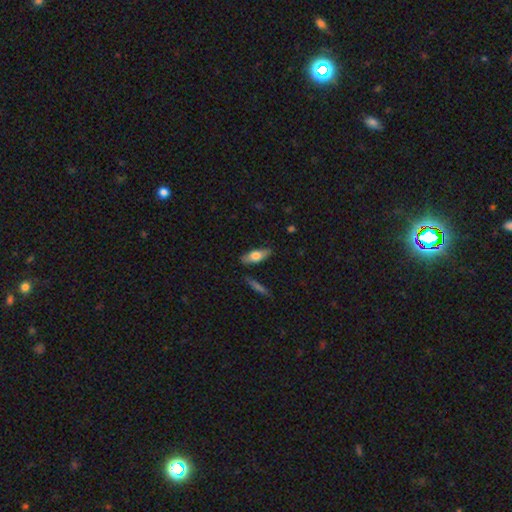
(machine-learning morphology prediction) smooth-or-featured: smooth: 64% | featured or disk: 30% | star or artifact: 6%
  how-rounded: in between: 64% | cigar-shaped: 33% | round: 3%
  merging: none: 81% | minor disturbance: 13% | major disturbance: 3% | merger: 3%